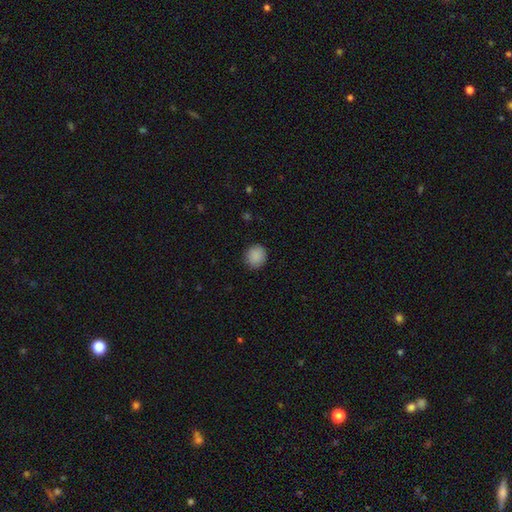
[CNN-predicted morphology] Smooth or featured? smooth (89%)
How rounded? round (86%)
Merging? none (88%)